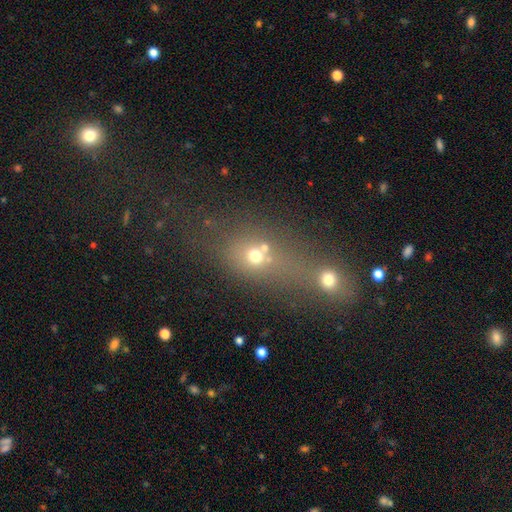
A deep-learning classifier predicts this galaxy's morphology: Smooth or featured? smooth (62%)
How rounded? round (62%)
Merging? merger (50%)